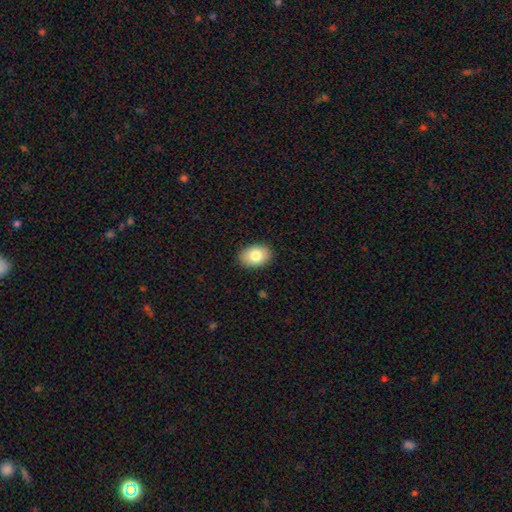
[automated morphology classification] Overall: smooth (81%). How rounded: in between (85%). Merging: none (89%).